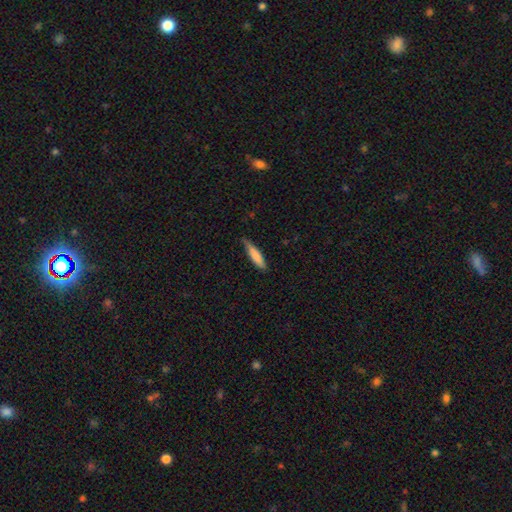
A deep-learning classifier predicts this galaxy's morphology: smooth_or_featured: smooth (p=0.82) [alt: featured or disk p=0.13]
how_rounded: cigar-shaped (p=0.78) [alt: in between p=0.21]
merging: none (p=0.71) [alt: minor disturbance p=0.24]